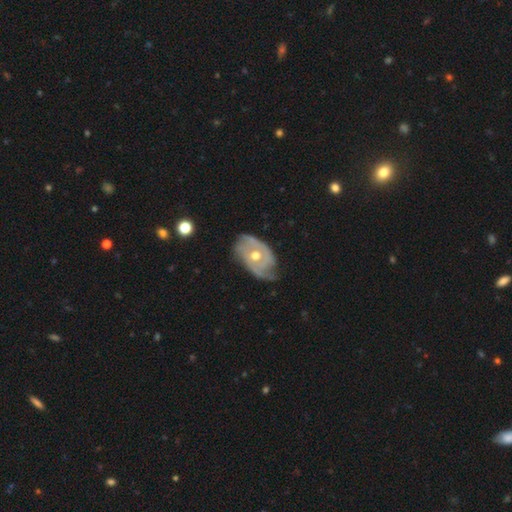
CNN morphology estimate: Overall: featured or disk (80%). Edge-on disk: no (95%). Bar: no (76%). Spiral arms: yes (84%). Spiral arm count: 2 (34%; can't tell 32%). Spiral winding: tight (51%; medium 34%). Bulge size: moderate (78%). Merging: none (54%; minor disturbance 32%).